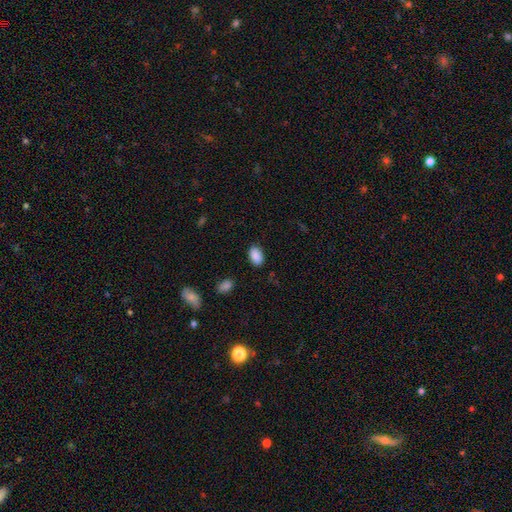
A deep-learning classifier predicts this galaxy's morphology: Smooth or featured? smooth (89%)
How rounded? in between (89%)
Merging? none (86%)